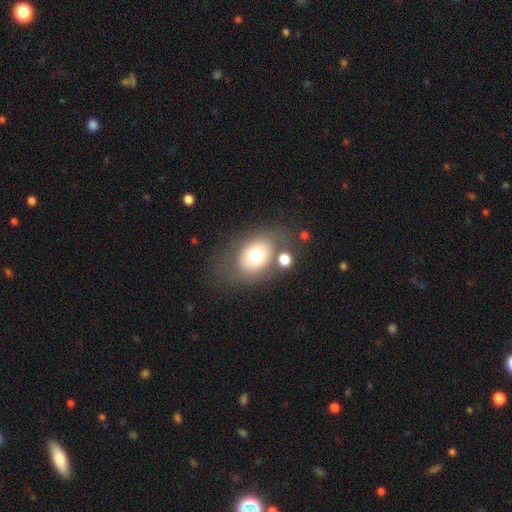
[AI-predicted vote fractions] Smooth or featured? smooth (66%)
How rounded? in between (71%)
Merging? none (62%)